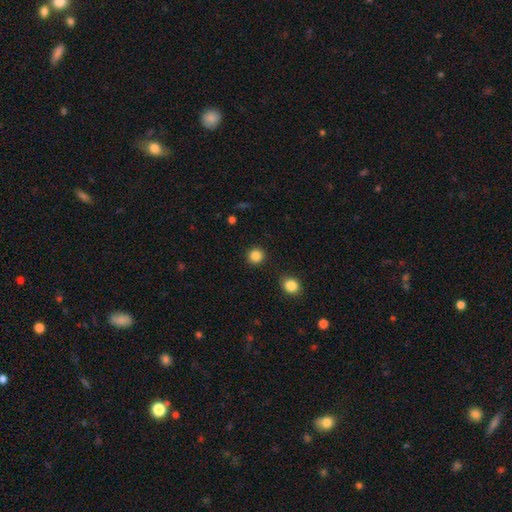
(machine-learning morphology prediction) This is clearly a smooth galaxy (86%). How rounded: clearly round (93%). Merging: clearly none (91%).